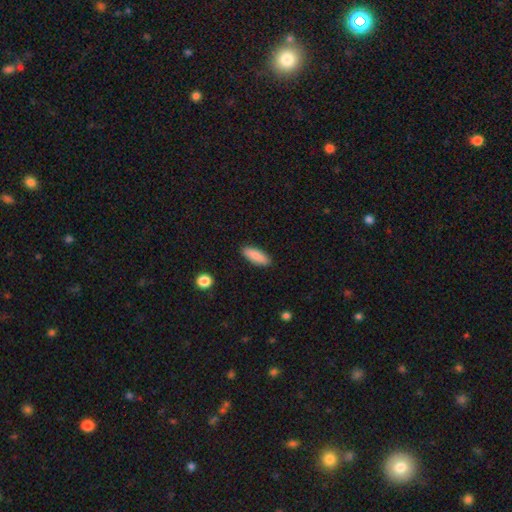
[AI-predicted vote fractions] Overall: smooth (88%). How rounded: in between (62%; cigar-shaped 36%). Merging: none (89%).